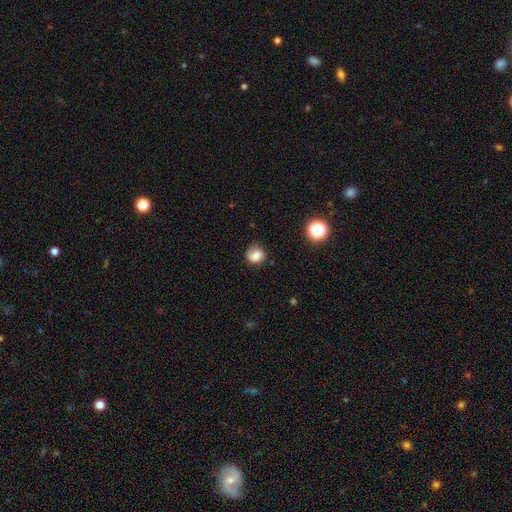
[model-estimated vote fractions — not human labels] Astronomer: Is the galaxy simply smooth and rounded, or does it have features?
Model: smooth — 80%.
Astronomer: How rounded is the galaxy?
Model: round — 82%.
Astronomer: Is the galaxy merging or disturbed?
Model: none — 68%.